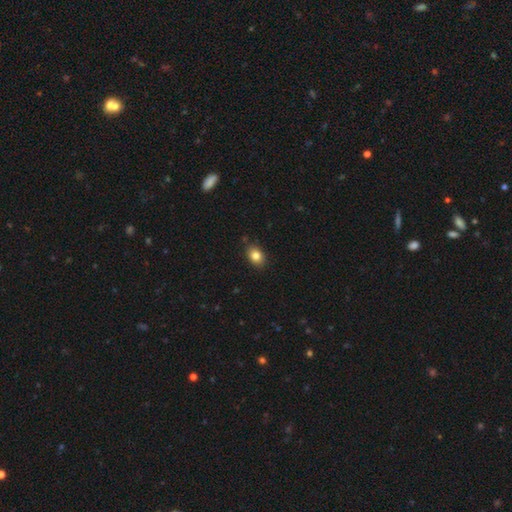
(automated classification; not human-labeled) The model was most divided on "how rounded": in between: 66%, round: 33%, cigar-shaped: 1%. More confident: merging — none (84%); smooth or featured — smooth (83%).